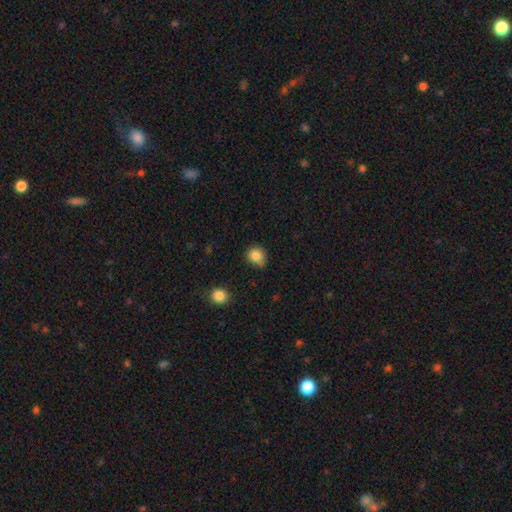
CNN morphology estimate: type=smooth (84%); roundness=round (83%); merging=none (66%).